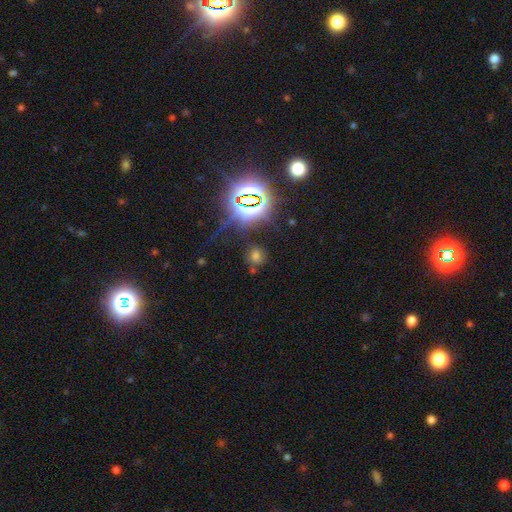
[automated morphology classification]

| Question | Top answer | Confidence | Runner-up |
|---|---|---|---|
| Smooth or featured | smooth | 51% | star or artifact (41%) |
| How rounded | round | 76% | in between (22%) |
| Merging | none | 79% | minor disturbance (11%) |